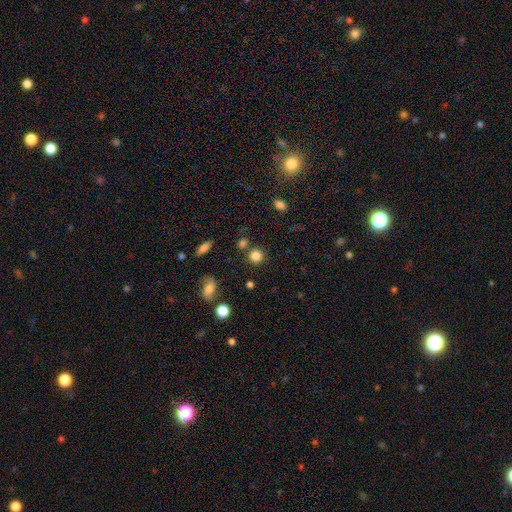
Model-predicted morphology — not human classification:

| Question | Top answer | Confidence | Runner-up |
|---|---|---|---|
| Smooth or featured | smooth | 83% | star or artifact (12%) |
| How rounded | round | 90% | in between (9%) |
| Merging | none | 80% | merger (9%) |